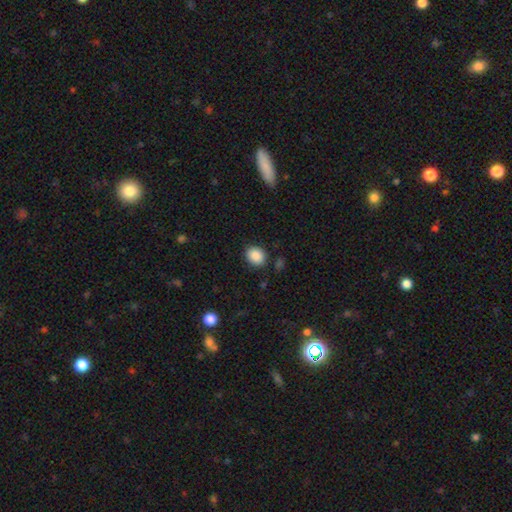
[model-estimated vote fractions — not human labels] Q: Smooth or featured?
A: smooth (88%); runner-up: star or artifact (9%)
Q: How rounded?
A: in between (51%); runner-up: round (49%)
Q: Merging?
A: none (84%); runner-up: minor disturbance (11%)